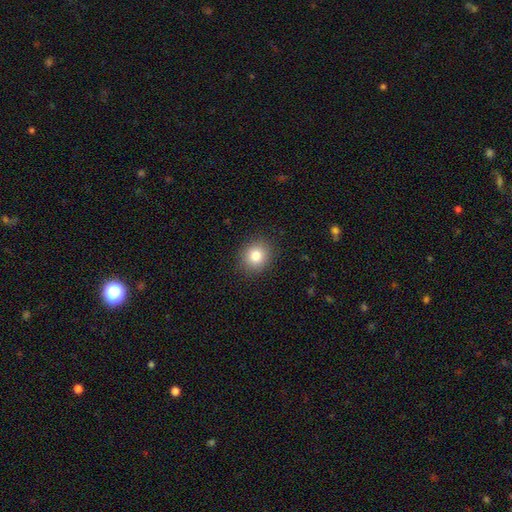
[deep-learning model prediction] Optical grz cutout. It shows a smooth galaxy with no disk features (82%) that is round (79%). Merging: none (90%).